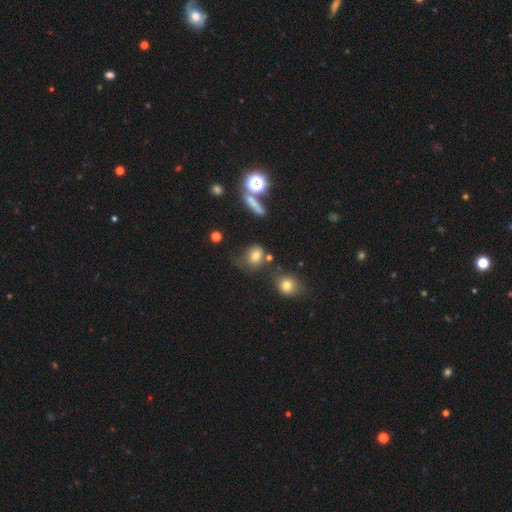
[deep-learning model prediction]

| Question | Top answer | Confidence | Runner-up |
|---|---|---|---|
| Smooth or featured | smooth | 74% | star or artifact (14%) |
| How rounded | round | 52% | in between (45%) |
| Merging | none | 52% | minor disturbance (24%) |